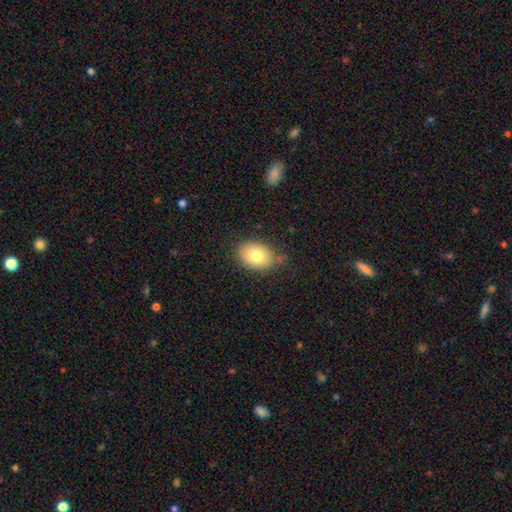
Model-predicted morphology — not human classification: smooth_or_featured: smooth (p=0.78) [alt: featured or disk p=0.13]
how_rounded: in between (p=0.71) [alt: round p=0.28]
merging: none (p=0.77) [alt: minor disturbance p=0.17]